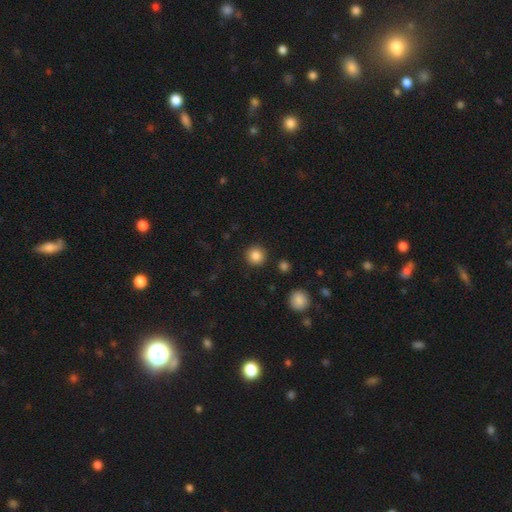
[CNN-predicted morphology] smooth_or_featured: smooth (p=0.86) [alt: star or artifact p=0.10]
how_rounded: round (p=0.94) [alt: in between p=0.05]
merging: none (p=0.91) [alt: minor disturbance p=0.05]